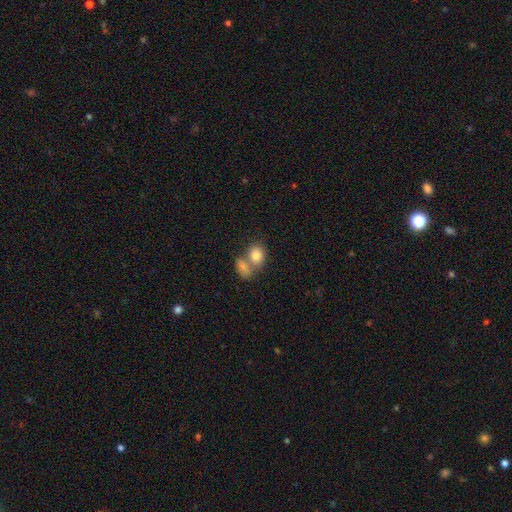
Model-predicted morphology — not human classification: Smooth or featured: smooth — 81% (featured or disk — 11%)
How rounded: in between — 59% (round — 40%)
Merging: merger — 54% (none — 34%)